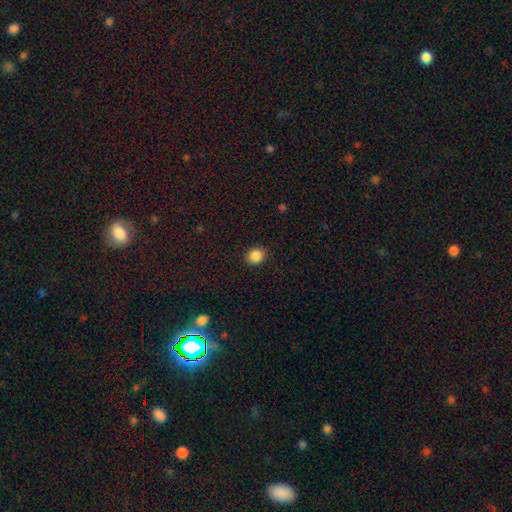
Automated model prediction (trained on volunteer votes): Smooth or featured?
  - smooth: 88% *
  - star or artifact: 9%
  - featured or disk: 3%
How rounded?
  - round: 74% *
  - in between: 25%
  - cigar-shaped: 1%
Merging?
  - none: 89% *
  - minor disturbance: 7%
  - major disturbance: 2%
  - merger: 1%